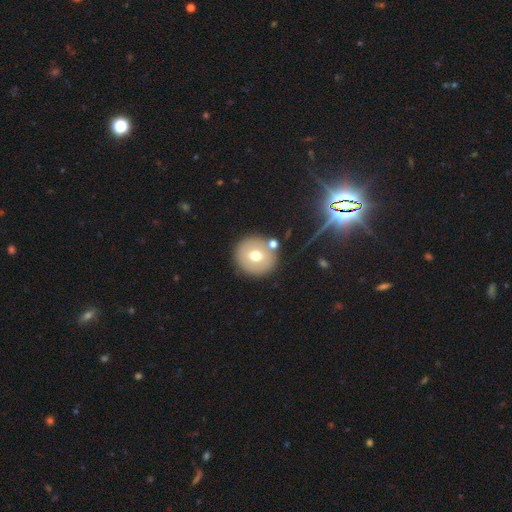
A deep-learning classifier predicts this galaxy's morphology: Smooth or featured? Predicted: smooth (p=0.65). How rounded? Predicted: round (p=0.91). Merging? Predicted: none (p=0.82).